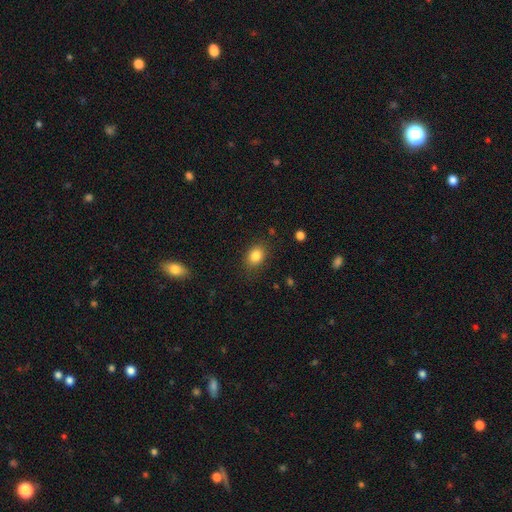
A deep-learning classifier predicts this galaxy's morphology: Overall: smooth (84%). How rounded: in between (61%; round 38%). Merging: none (83%).